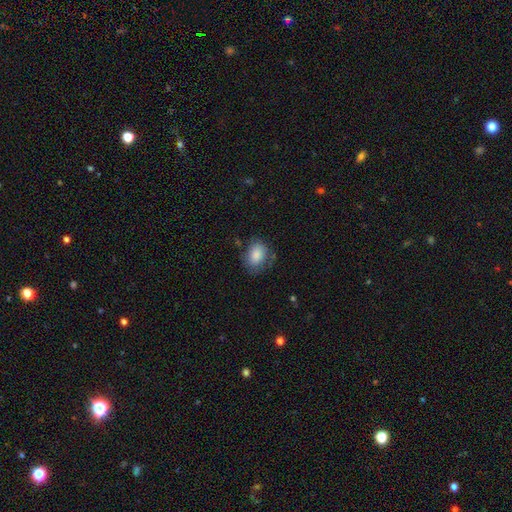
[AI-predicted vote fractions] smooth-or-featured: smooth: 83% | featured or disk: 9% | star or artifact: 7%
  how-rounded: in between: 66% | round: 33% | cigar-shaped: 1%
  merging: none: 68% | minor disturbance: 22% | major disturbance: 8% | merger: 3%